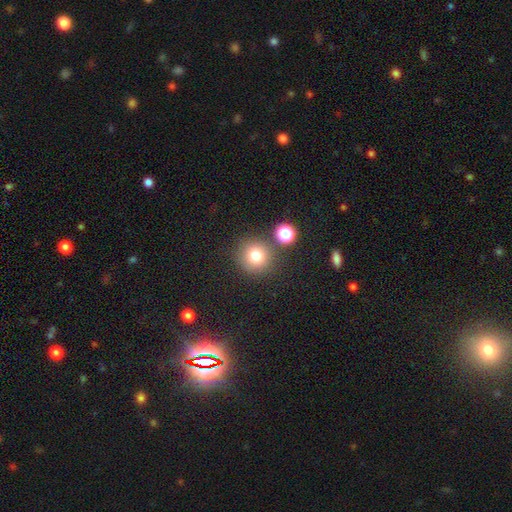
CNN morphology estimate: A smooth galaxy with no disk features (76%) that is round (93%).

Vote fractions:
- Smooth or featured? smooth: 76% / star or artifact: 15% / featured or disk: 9%
- How rounded? round: 93% / in between: 6% / cigar-shaped: 1%
- Merging? none: 81% / minor disturbance: 8% / merger: 8% / major disturbance: 3%